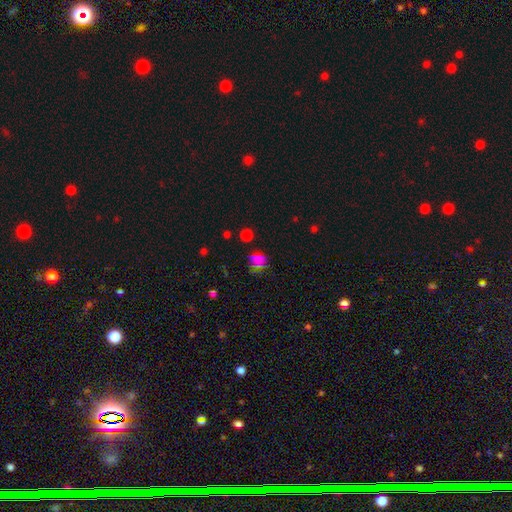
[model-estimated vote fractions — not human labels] Smooth or featured?
  - smooth: 57% *
  - star or artifact: 35%
  - featured or disk: 8%
How rounded?
  - round: 82% *
  - in between: 16%
  - cigar-shaped: 2%
Merging?
  - none: 77% *
  - minor disturbance: 13%
  - major disturbance: 6%
  - merger: 4%